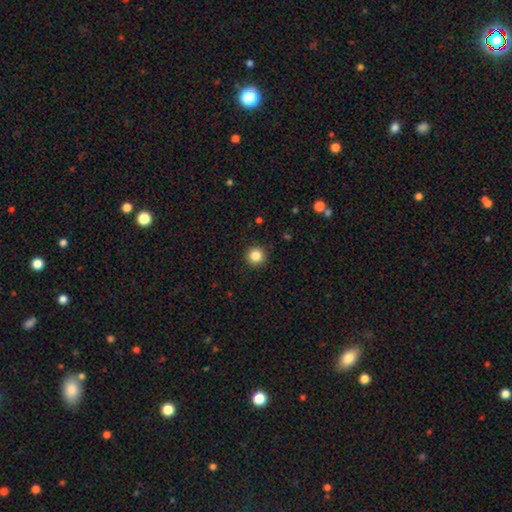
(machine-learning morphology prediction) The model was most divided on "smooth or featured": smooth: 85%, star or artifact: 11%, featured or disk: 4%. More confident: how rounded — round (96%); merging — none (92%).